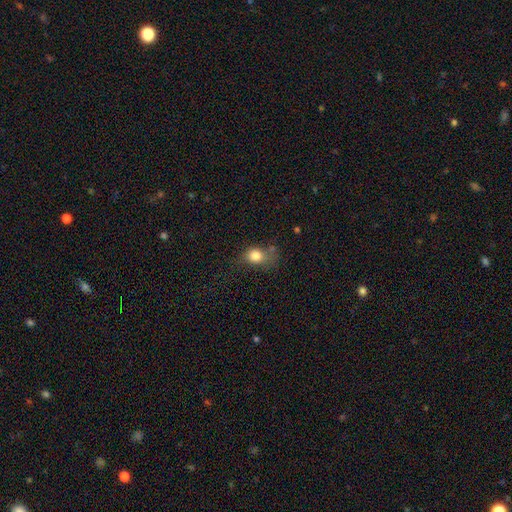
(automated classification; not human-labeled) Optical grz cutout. It shows a smooth galaxy with no disk features (80%) that is round (50%). Merging: none (41%).